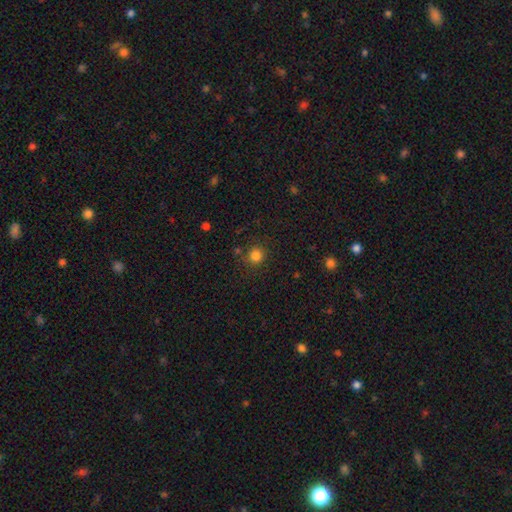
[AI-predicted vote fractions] A smooth galaxy with no disk features (82%) that is round (91%).

Vote fractions:
- Smooth or featured? smooth: 82% / star or artifact: 14% / featured or disk: 4%
- How rounded? round: 91% / in between: 8% / cigar-shaped: 1%
- Merging? none: 84% / minor disturbance: 9% / merger: 4% / major disturbance: 3%